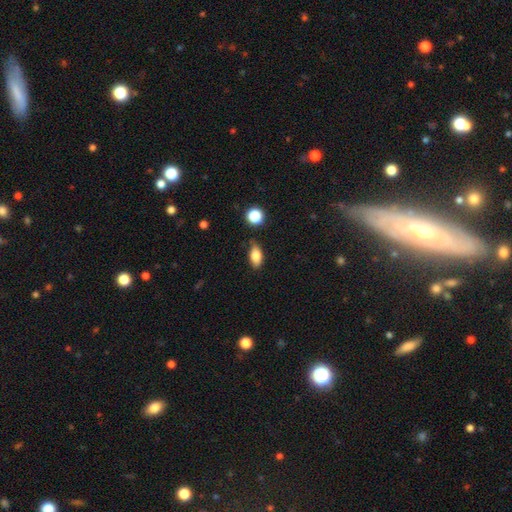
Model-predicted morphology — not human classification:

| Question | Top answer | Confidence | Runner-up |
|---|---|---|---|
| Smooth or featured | smooth | 81% | featured or disk (10%) |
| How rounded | in between | 86% | cigar-shaped (7%) |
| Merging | none | 75% | minor disturbance (18%) |